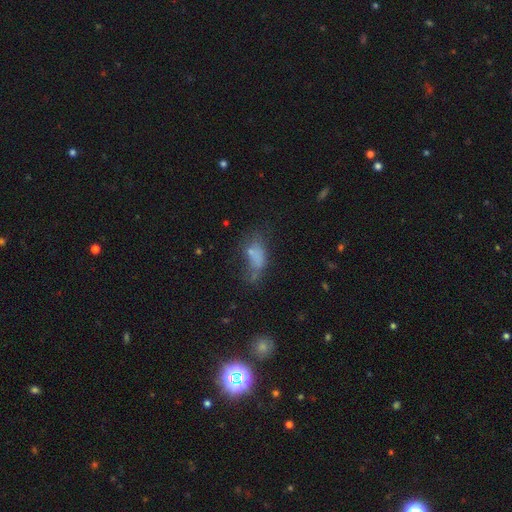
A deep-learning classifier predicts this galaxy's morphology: Q: Smooth or featured?
A: smooth (62%); runner-up: featured or disk (22%)
Q: How rounded?
A: in between (84%); runner-up: cigar-shaped (10%)
Q: Merging?
A: major disturbance (34%); runner-up: none (29%)